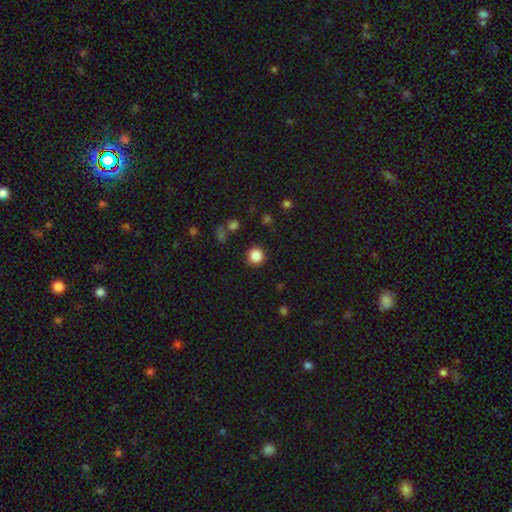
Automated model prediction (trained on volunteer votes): This is clearly a smooth galaxy (86%). How rounded: clearly round (93%). Merging: clearly none (89%).